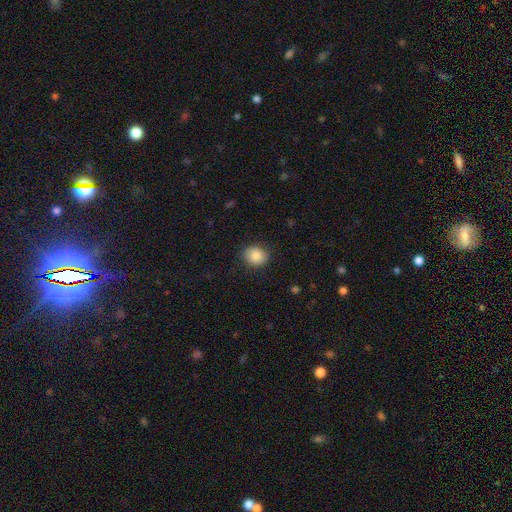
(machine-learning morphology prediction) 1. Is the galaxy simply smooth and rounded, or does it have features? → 85% smooth, 8% star or artifact, 7% featured or disk.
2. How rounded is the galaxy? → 62% round, 37% in between, 1% cigar-shaped.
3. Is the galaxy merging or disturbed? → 85% none, 11% minor disturbance, 3% major disturbance, 1% merger.